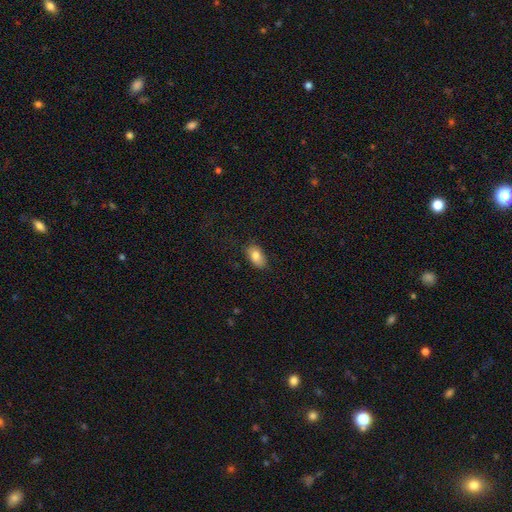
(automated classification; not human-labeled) A smooth galaxy with no disk features (81%) that is in between round and cigar-shaped (91%). Merging: none (80%).